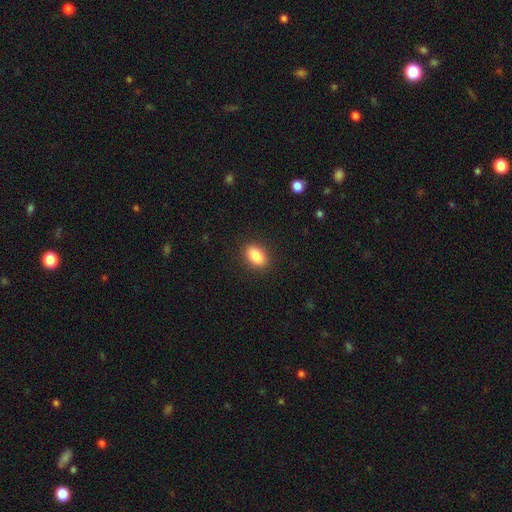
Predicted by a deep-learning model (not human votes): smooth-or-featured: smooth: 86% | star or artifact: 8% | featured or disk: 6%
  how-rounded: in between: 87% | round: 11% | cigar-shaped: 2%
  merging: none: 89% | minor disturbance: 7% | major disturbance: 2% | merger: 1%